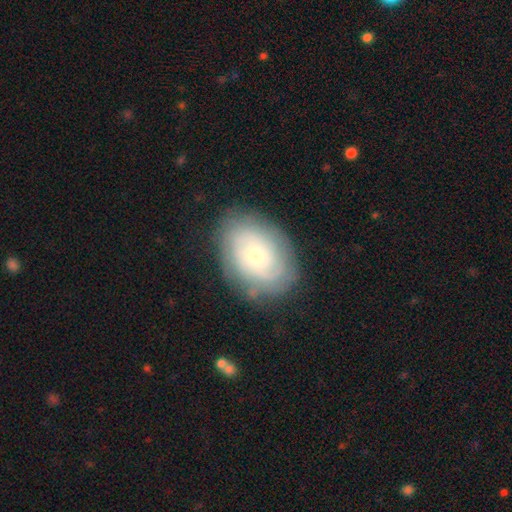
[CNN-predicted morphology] smooth_or_featured: featured or disk (p=0.67) [alt: smooth p=0.26]
disk_edge_on: no (p=0.96) [alt: yes p=0.04]
bar: no (p=0.75) [alt: weak p=0.21]
has_spiral_arms: yes (p=0.86) [alt: no p=0.14]
spiral_winding: tight (p=0.68) [alt: medium p=0.25]
spiral_arm_count: can't tell (p=0.46) [alt: 2 p=0.24]
bulge_size: small (p=0.60) [alt: moderate p=0.34]
merging: none (p=0.78) [alt: minor disturbance p=0.15]